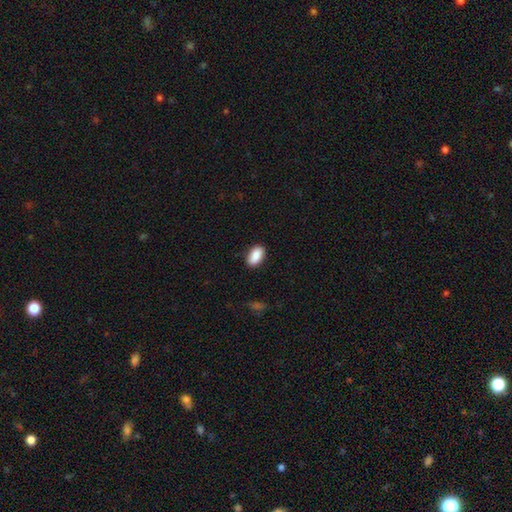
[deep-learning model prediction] Overall: smooth (88%). How rounded: in between (92%). Merging: none (85%).